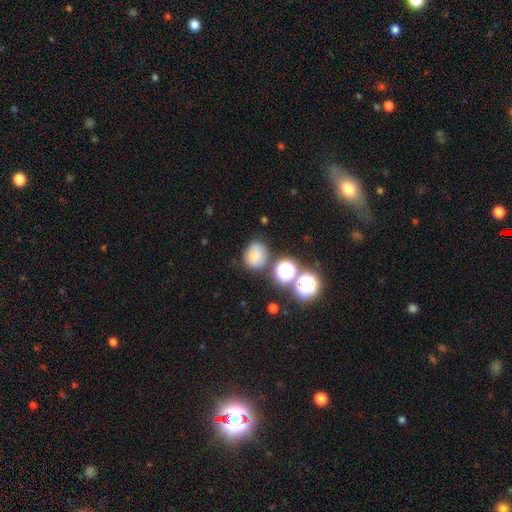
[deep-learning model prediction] Morphology: type=smooth (73%); roundness=round (66%); merging=none (69%).